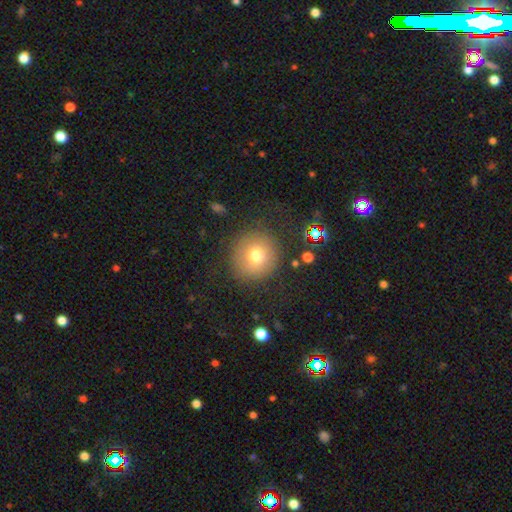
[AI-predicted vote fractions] A smooth galaxy with no disk features (72%) that is round (92%).

Vote fractions:
- Smooth or featured? smooth: 72% / star or artifact: 15% / featured or disk: 13%
- How rounded? round: 92% / in between: 7% / cigar-shaped: 1%
- Merging? none: 83% / minor disturbance: 10% / major disturbance: 5% / merger: 2%